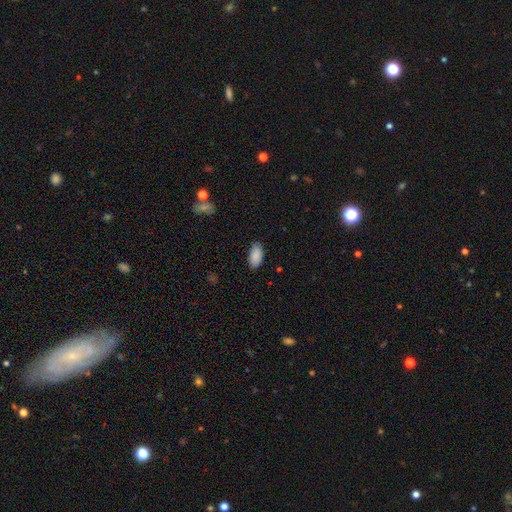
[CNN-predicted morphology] This is clearly a smooth galaxy (89%). How rounded: clearly in between (94%). Merging: clearly none (84%).